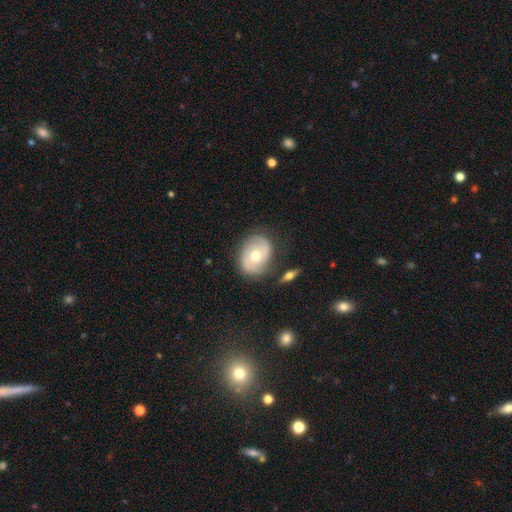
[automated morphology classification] This is possibly a featured or disk galaxy (59%). It is clearly not viewed edge-on (95%). Bar: likely no (71%). Spiral arm pattern: likely yes (73%). Central bulge: likely moderate (76%). Merging: likely none (74%).